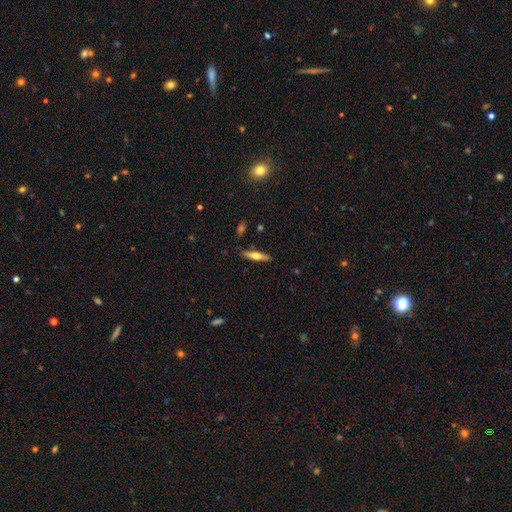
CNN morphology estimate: This is possibly a smooth galaxy (55%). How rounded: likely cigar-shaped (77%). Merging: clearly none (85%).